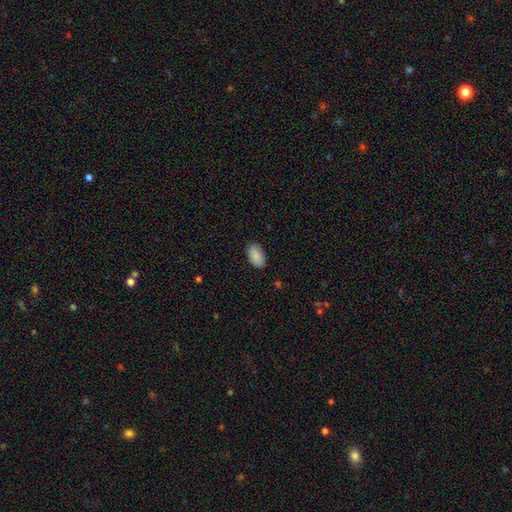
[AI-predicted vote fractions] Smooth or featured? Predicted: smooth (p=0.90). How rounded? Predicted: in between (p=0.93). Merging? Predicted: none (p=0.87).